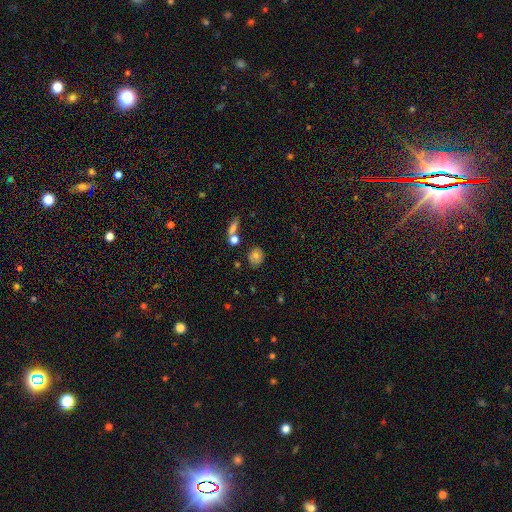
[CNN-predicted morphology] This is likely a smooth galaxy (71%). How rounded: likely round (80%). Merging: likely none (77%).